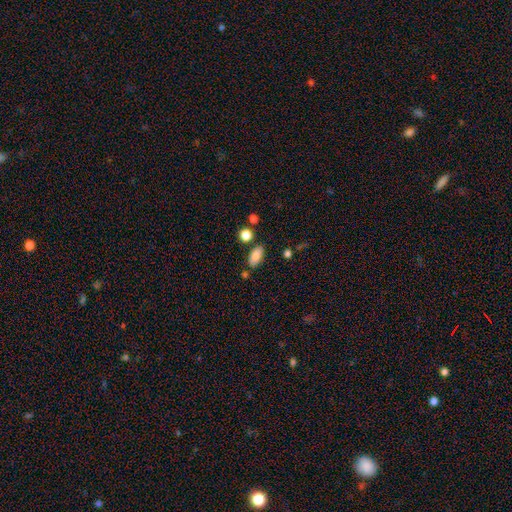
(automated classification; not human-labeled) A smooth galaxy with no disk features (84%) that is in between round and cigar-shaped (89%).

Vote fractions:
- Smooth or featured? smooth: 84% / star or artifact: 8% / featured or disk: 8%
- How rounded? in between: 89% / cigar-shaped: 6% / round: 5%
- Merging? none: 79% / minor disturbance: 12% / merger: 6% / major disturbance: 3%